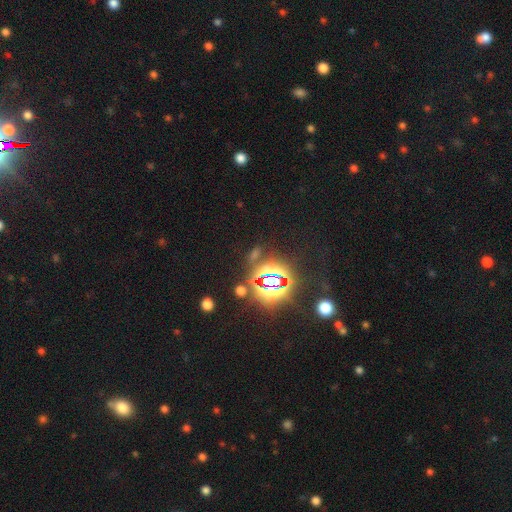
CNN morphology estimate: smooth_or_featured: star or artifact (p=0.79) [alt: smooth p=0.12]